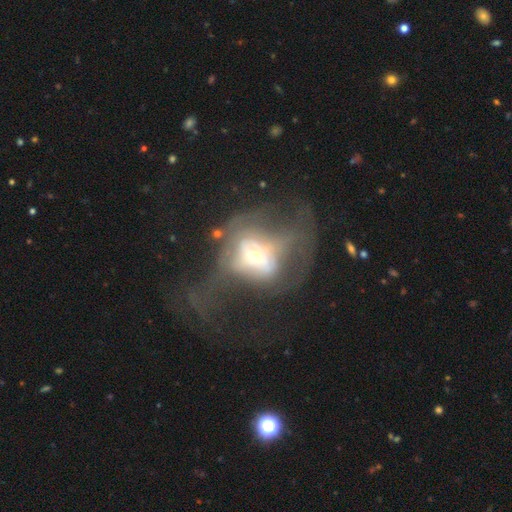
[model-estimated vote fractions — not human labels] The model was most divided on "bulge size": moderate: 54%, small: 30%, large: 12%, dominant: 3%, none: 2%. More confident: edge-on disk — no (87%); spiral arms — no (70%); bar — no (67%); smooth or featured — featured or disk (61%); merging — major disturbance (60%).